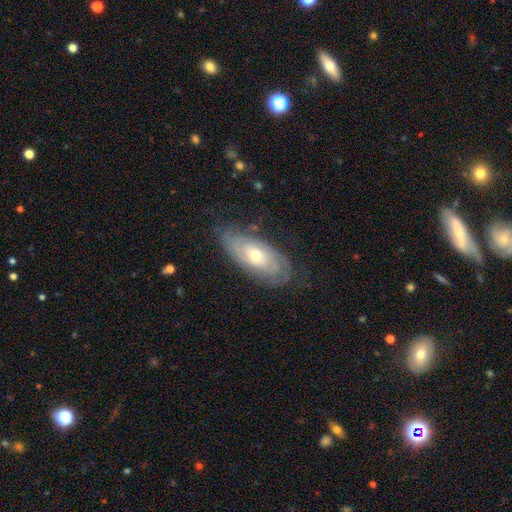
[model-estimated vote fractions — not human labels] Smooth or featured? Predicted: featured or disk (p=0.72). Edge-on disk? Predicted: no (p=0.88). Bar? Predicted: no (p=0.75). Spiral arms? Predicted: yes (p=0.83). Spiral winding? Predicted: tight (p=0.74). Spiral arm count? Predicted: can't tell (p=0.53). Bulge size? Predicted: moderate (p=0.63). Merging? Predicted: none (p=0.73).